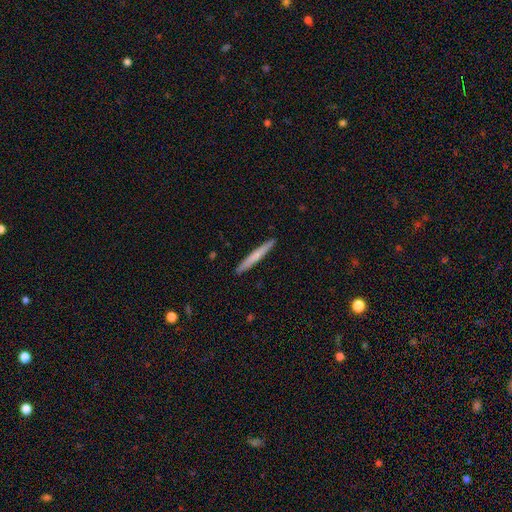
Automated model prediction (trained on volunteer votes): This is likely a smooth galaxy (67%). How rounded: clearly cigar-shaped (97%). Merging: clearly none (93%).